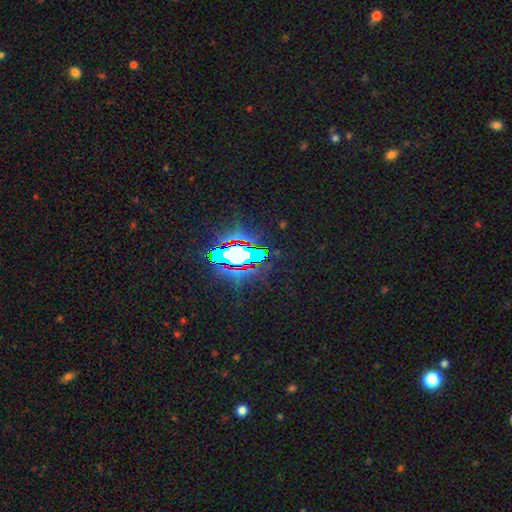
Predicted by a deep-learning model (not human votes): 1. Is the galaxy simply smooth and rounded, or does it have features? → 82% star or artifact, 9% smooth, 8% featured or disk.